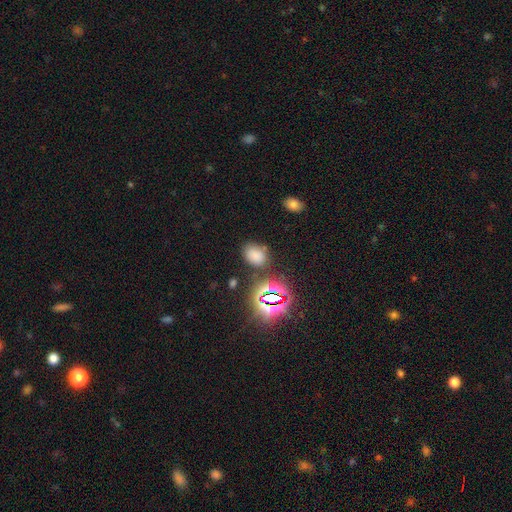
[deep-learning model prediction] This is likely a smooth galaxy (67%). How rounded: likely in between (71%). Merging: likely none (74%).